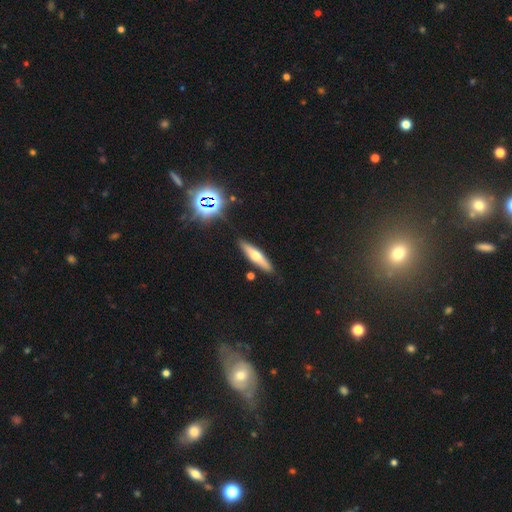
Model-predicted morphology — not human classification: Smooth or featured? smooth (46%)
Merging? none (86%)